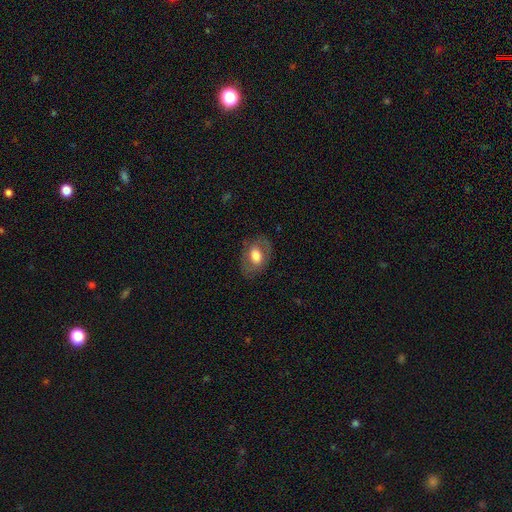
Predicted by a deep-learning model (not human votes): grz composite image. It shows a smooth galaxy with no disk features (56%) that is in between round and cigar-shaped (80%). Merging: none (75%).